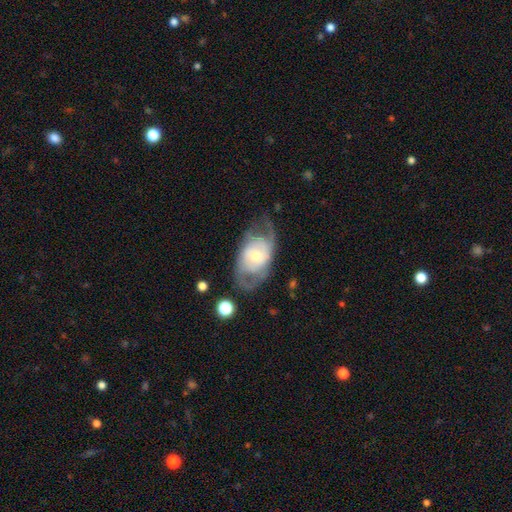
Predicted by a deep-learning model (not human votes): This is likely a featured or disk galaxy (71%). It is clearly not viewed edge-on (93%). Bar: likely no (62%). Spiral arm pattern: likely yes (73%). Central bulge: possibly moderate (52%). Merging: possibly none (57%).